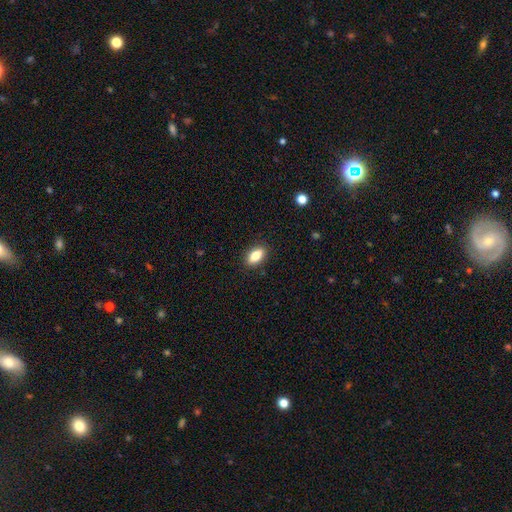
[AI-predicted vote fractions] Overall: smooth (82%). How rounded: in between (88%). Merging: none (88%).